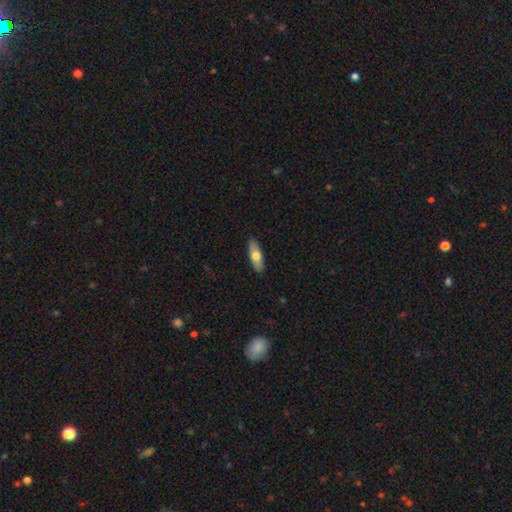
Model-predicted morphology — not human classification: The model was most divided on "how rounded": in between: 61%, cigar-shaped: 36%, round: 2%. More confident: merging — none (89%); smooth or featured — smooth (67%).